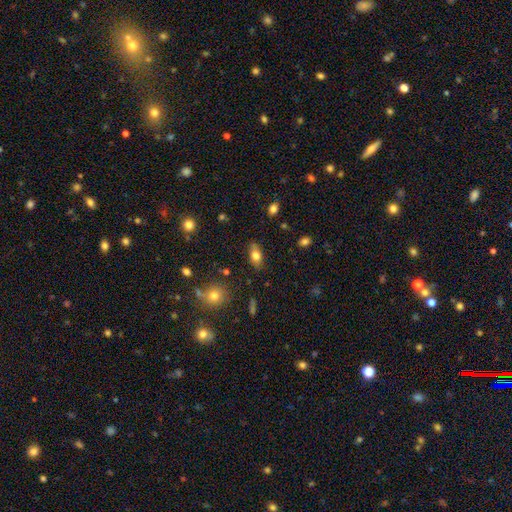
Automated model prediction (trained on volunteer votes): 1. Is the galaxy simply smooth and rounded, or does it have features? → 75% smooth, 16% featured or disk, 9% star or artifact.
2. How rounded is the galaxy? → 85% in between, 8% round, 7% cigar-shaped.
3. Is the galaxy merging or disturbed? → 79% none, 15% minor disturbance, 4% major disturbance, 2% merger.